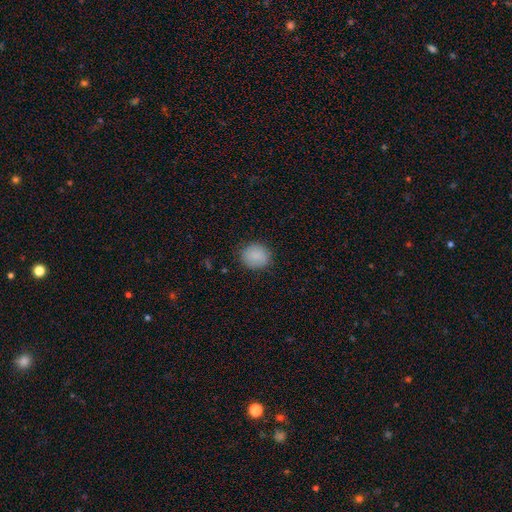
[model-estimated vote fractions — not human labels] A smooth galaxy with no disk features (88%) that is round (75%). Merging: none (85%).